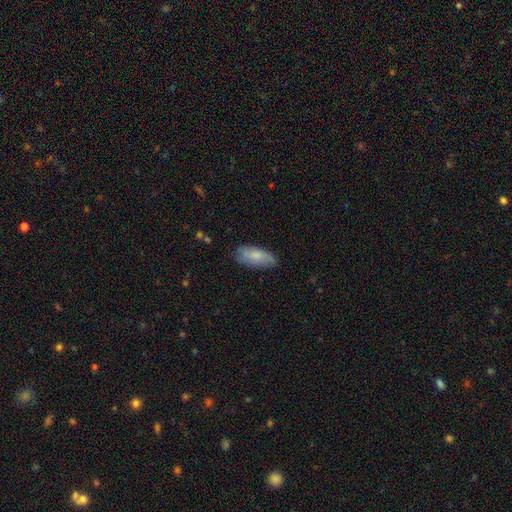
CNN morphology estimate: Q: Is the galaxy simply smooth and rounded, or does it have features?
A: smooth — 75%.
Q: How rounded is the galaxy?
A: in between — 83%.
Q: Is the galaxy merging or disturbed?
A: none — 71%.